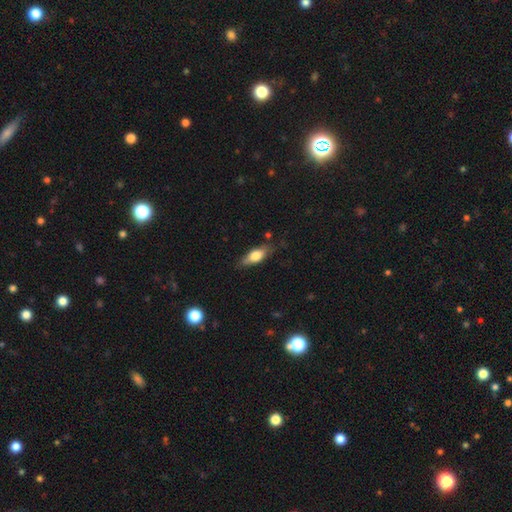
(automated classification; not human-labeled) This is likely a smooth galaxy (66%). How rounded: likely in between (69%). Merging: likely none (73%).